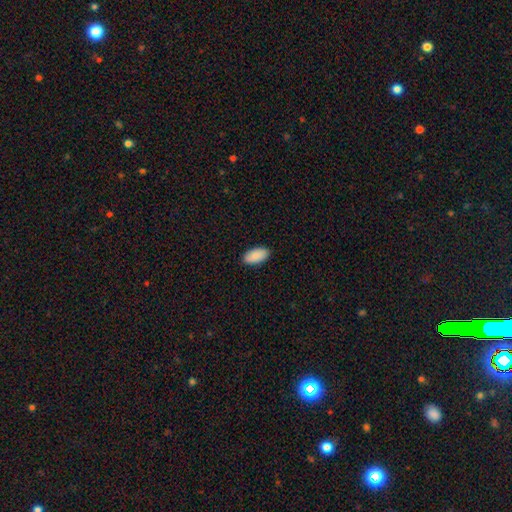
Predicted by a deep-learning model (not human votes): This appears to be a smooth galaxy with no disk features (90%) that is in between round and cigar-shaped (95%). Merging: none (89%).